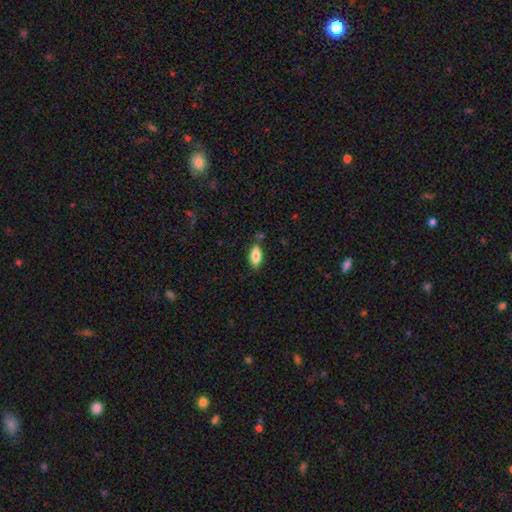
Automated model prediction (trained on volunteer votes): Smooth or featured: smooth — 83% (featured or disk — 10%)
How rounded: in between — 88% (cigar-shaped — 10%)
Merging: none — 76% (minor disturbance — 16%)